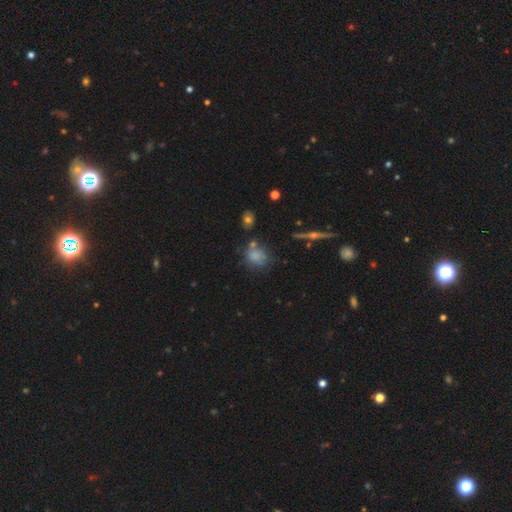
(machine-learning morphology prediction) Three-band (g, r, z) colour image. It shows a smooth galaxy with no disk features (69%) that is round (63%). Merging: none (57%).